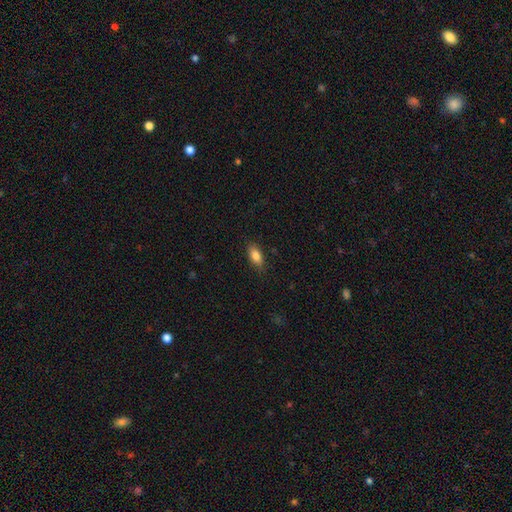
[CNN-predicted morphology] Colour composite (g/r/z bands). It shows a smooth galaxy with no disk features (84%) that is in between round and cigar-shaped (85%). Merging: none (84%).